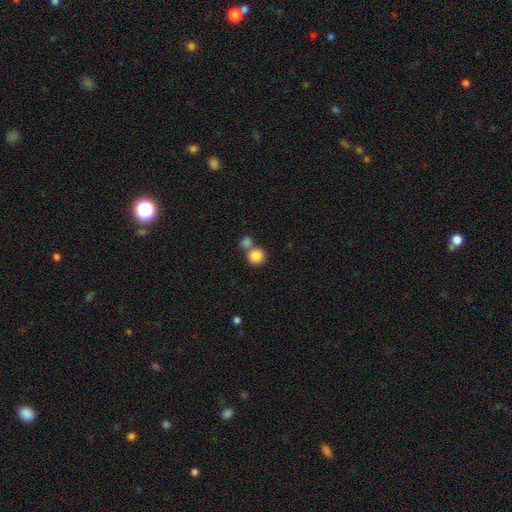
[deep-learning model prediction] This appears to be a smooth galaxy with no disk features (86%) that is round (86%). Merging: none (46%).